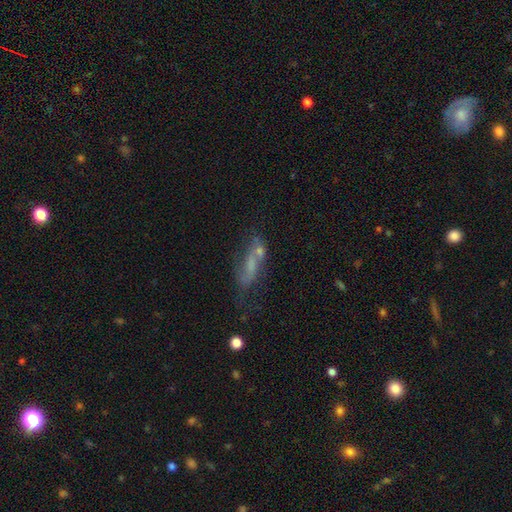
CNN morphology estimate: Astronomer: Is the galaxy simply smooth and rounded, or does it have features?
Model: featured or disk — 47% (runner-up: smooth, 37%).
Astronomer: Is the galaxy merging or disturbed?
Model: none — 37% (runner-up: major disturbance, 22%).